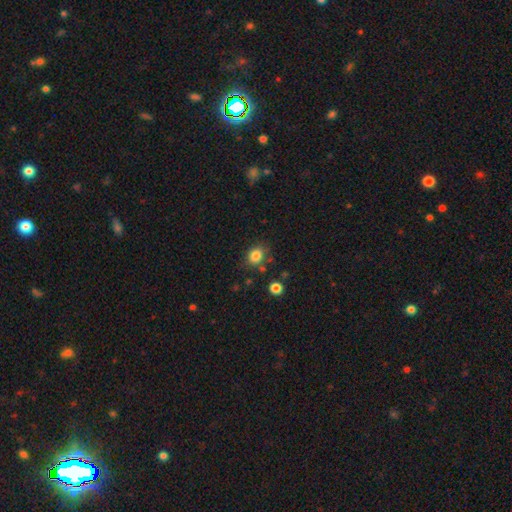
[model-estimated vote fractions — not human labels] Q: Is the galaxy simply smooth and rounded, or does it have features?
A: smooth — 83%.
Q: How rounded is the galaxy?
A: round — 60%.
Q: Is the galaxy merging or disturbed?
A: none — 74%.